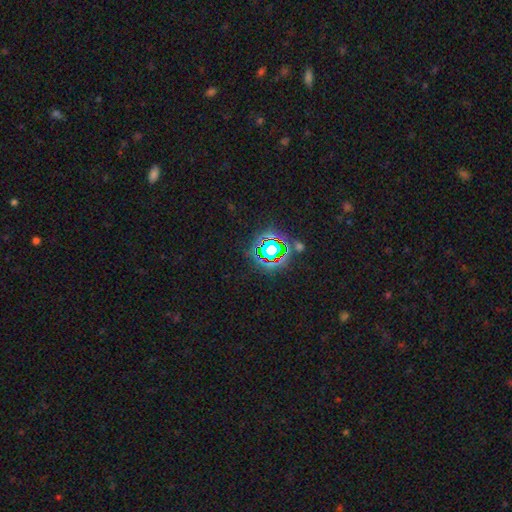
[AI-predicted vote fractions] Smooth or featured?
  - star or artifact: 79% *
  - smooth: 14%
  - featured or disk: 7%